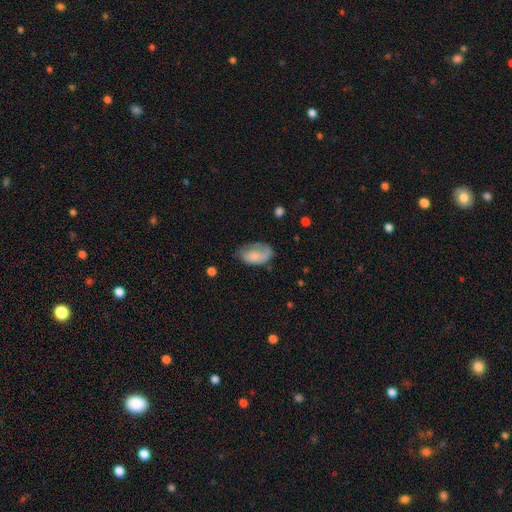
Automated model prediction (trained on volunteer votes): A smooth galaxy with no disk features (65%) that is in between round and cigar-shaped (92%).

Vote fractions:
- Smooth or featured? smooth: 65% / featured or disk: 28% / star or artifact: 7%
- How rounded? in between: 92% / round: 6% / cigar-shaped: 2%
- Merging? none: 48% / minor disturbance: 31% / major disturbance: 18% / merger: 2%